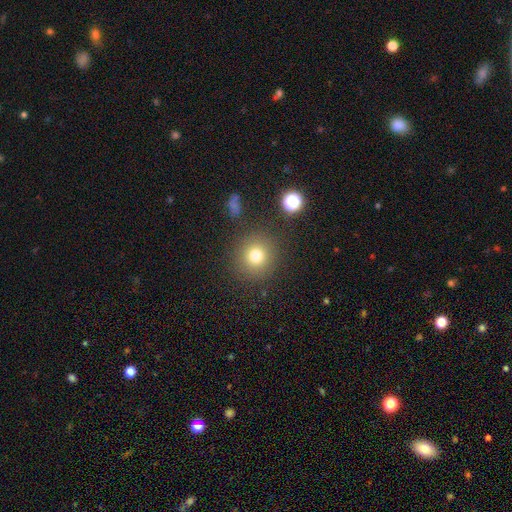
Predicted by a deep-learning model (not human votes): smooth_or_featured: smooth (p=0.76) [alt: star or artifact p=0.15]
how_rounded: round (p=0.92) [alt: in between p=0.07]
merging: none (p=0.87) [alt: minor disturbance p=0.07]